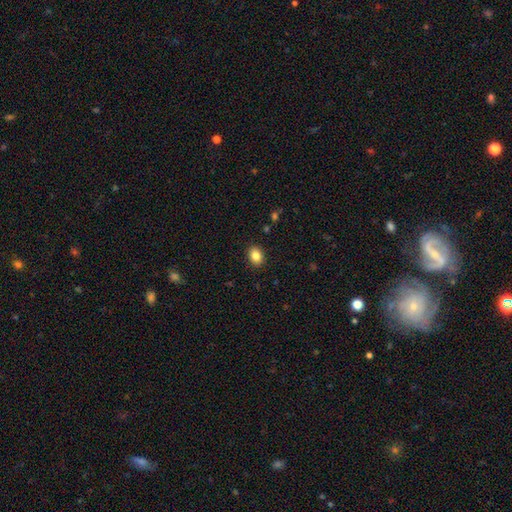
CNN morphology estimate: This appears to be a smooth galaxy with no disk features (85%) that is in between round and cigar-shaped (65%). Merging: none (90%).